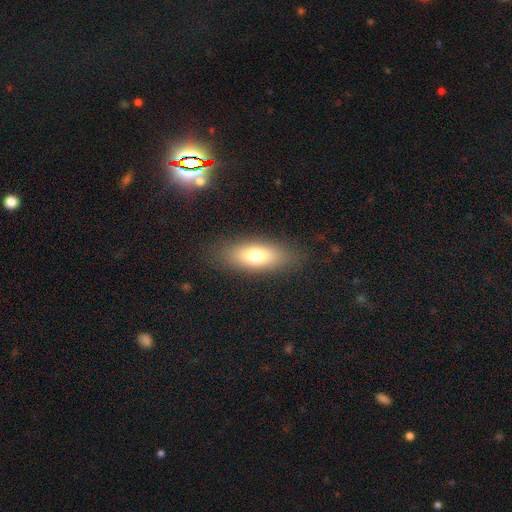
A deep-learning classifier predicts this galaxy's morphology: Smooth or featured? smooth (72%)
How rounded? in between (76%)
Merging? none (84%)